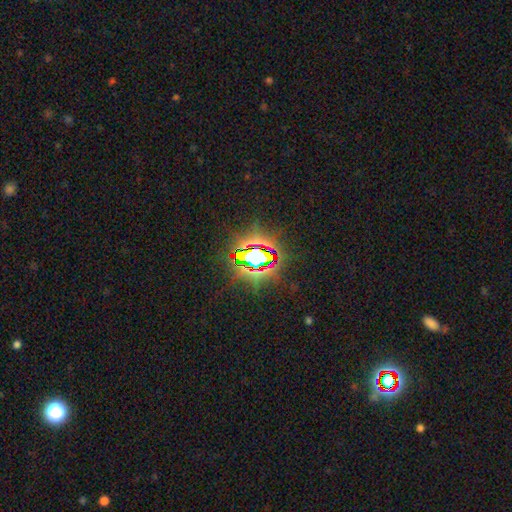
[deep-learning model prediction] A star or artifact, not a galaxy (77%).